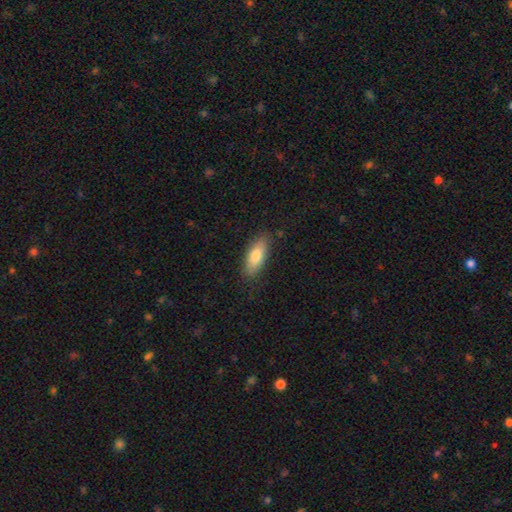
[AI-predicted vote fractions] Smooth or featured?
  - smooth: 79% *
  - featured or disk: 15%
  - star or artifact: 6%
How rounded?
  - in between: 76% *
  - cigar-shaped: 22%
  - round: 2%
Merging?
  - none: 85% *
  - minor disturbance: 12%
  - major disturbance: 3%
  - merger: 1%